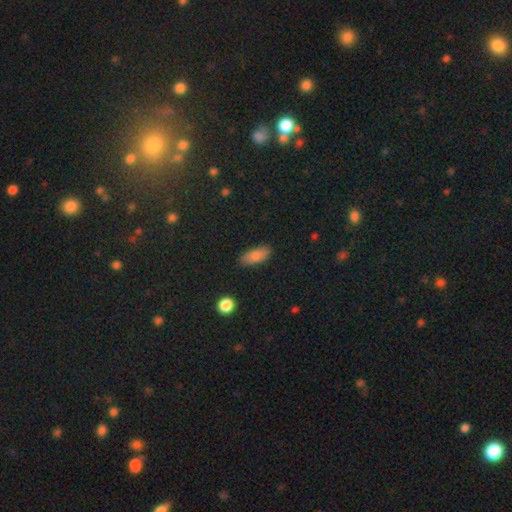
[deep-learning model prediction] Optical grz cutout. It shows a smooth galaxy with no disk features (83%) that is in between round and cigar-shaped (84%). Merging: none (85%).